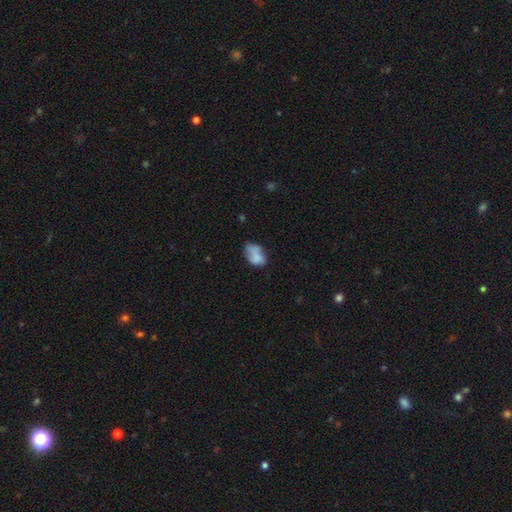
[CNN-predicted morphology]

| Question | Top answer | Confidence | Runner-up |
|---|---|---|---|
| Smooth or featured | smooth | 73% | featured or disk (18%) |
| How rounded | in between | 84% | round (15%) |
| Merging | none | 40% | minor disturbance (32%) |